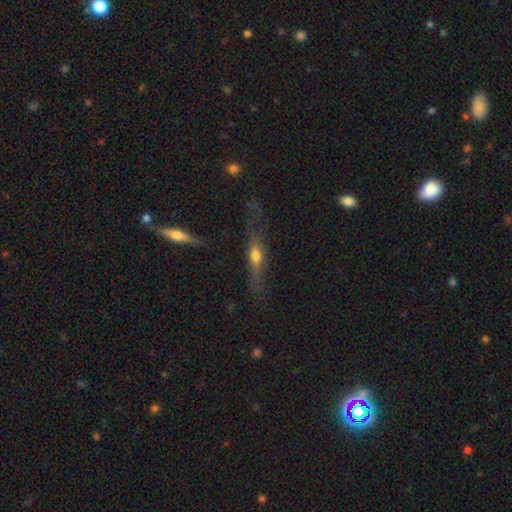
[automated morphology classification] The model was most divided on "smooth or featured": featured or disk: 49%, smooth: 40%, star or artifact: 10%. More confident: merging — none (63%).